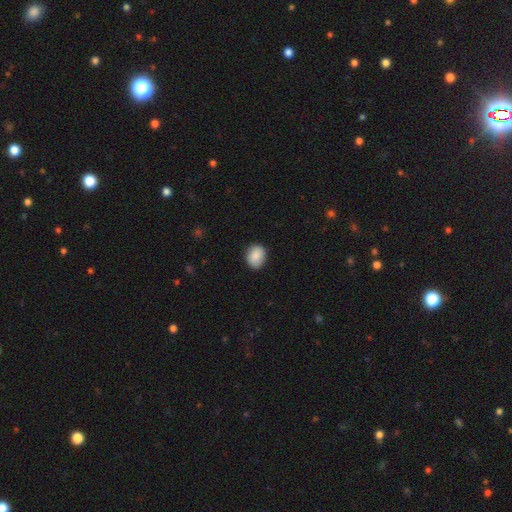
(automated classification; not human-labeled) Smooth or featured?
  - smooth: 88% *
  - star or artifact: 7%
  - featured or disk: 5%
How rounded?
  - round: 53% *
  - in between: 46%
  - cigar-shaped: 1%
Merging?
  - none: 86% *
  - minor disturbance: 10%
  - major disturbance: 2%
  - merger: 1%